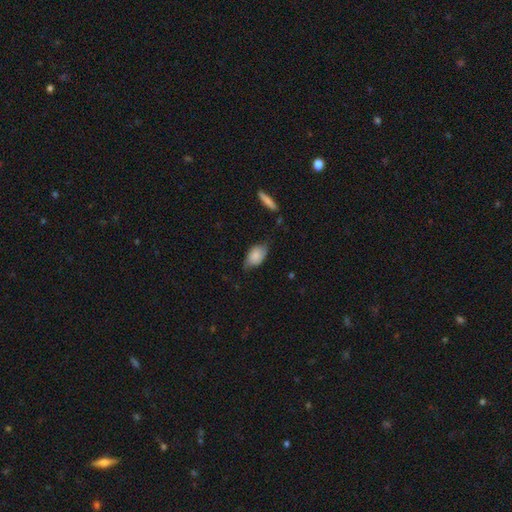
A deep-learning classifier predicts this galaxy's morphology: type=smooth (74%); roundness=in between (90%); merging=none (58%).